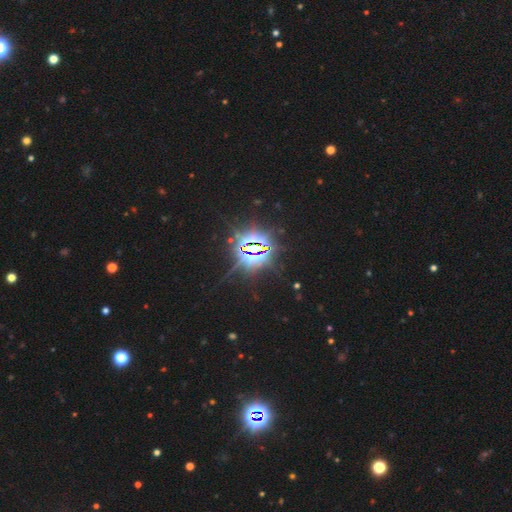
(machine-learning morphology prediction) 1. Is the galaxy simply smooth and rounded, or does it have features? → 85% star or artifact, 8% featured or disk, 7% smooth.